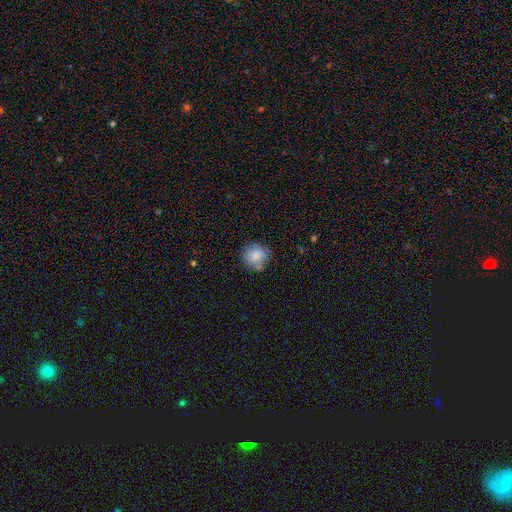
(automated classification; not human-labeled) This appears to be a smooth galaxy with no disk features (79%) that is round (90%). Merging: none (72%).